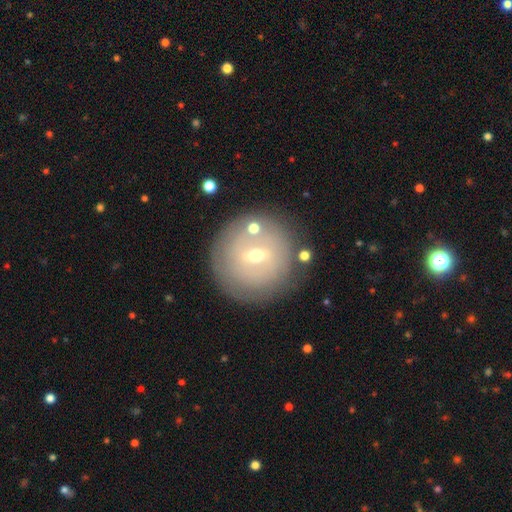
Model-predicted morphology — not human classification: The model was most divided on "smooth or featured": featured or disk: 50%, smooth: 40%, star or artifact: 10%. More confident: edge-on disk — no (93%); merging — none (82%).